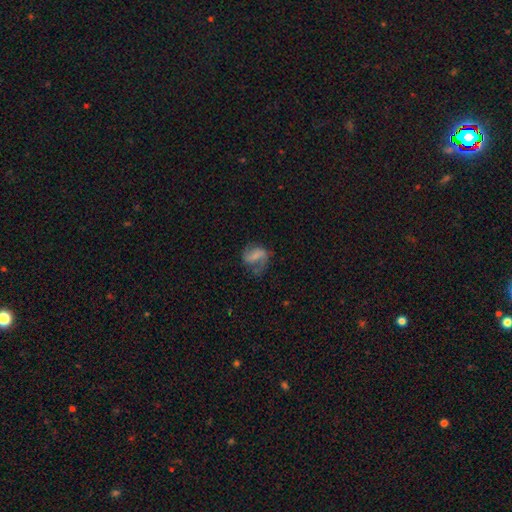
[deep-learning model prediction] Smooth or featured? Predicted: featured or disk (p=0.68). Edge-on disk? Predicted: no (p=0.98). Bar? Predicted: weak (p=0.43). Spiral arms? Predicted: yes (p=0.90). Spiral winding? Predicted: loose (p=0.49). Spiral arm count? Predicted: 2 (p=0.77). Bulge size? Predicted: none (p=0.48). Merging? Predicted: none (p=0.54).